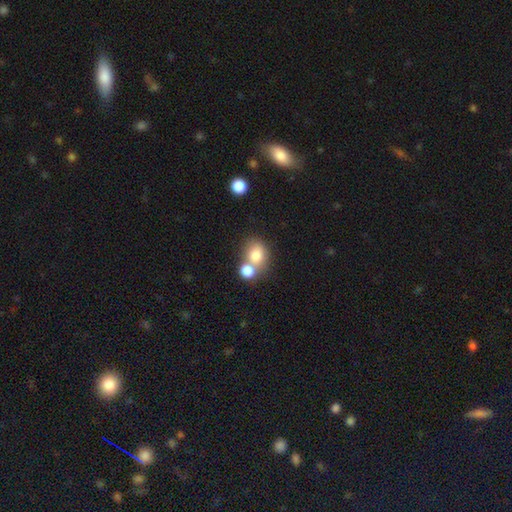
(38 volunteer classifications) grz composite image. It shows a smooth galaxy with no disk features (87%) that is round (64%). Merging: none (54%).